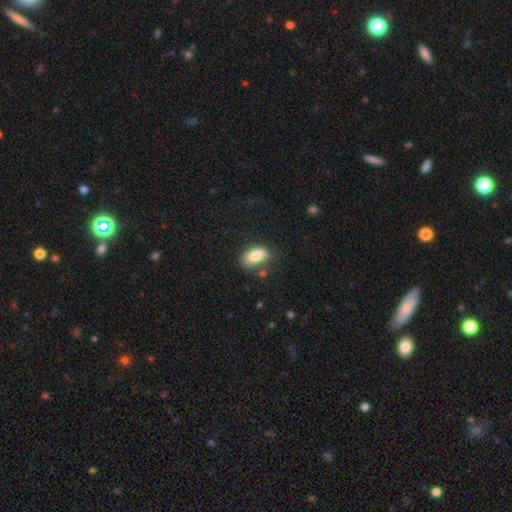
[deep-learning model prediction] Smooth or featured? smooth (83%)
How rounded? in between (90%)
Merging? none (65%)